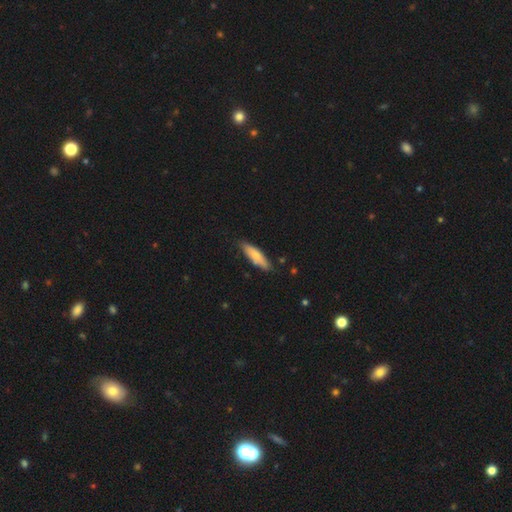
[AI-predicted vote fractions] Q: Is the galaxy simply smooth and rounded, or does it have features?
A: smooth — 72%.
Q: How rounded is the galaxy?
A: cigar-shaped — 62%.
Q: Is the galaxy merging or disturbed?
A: none — 79%.